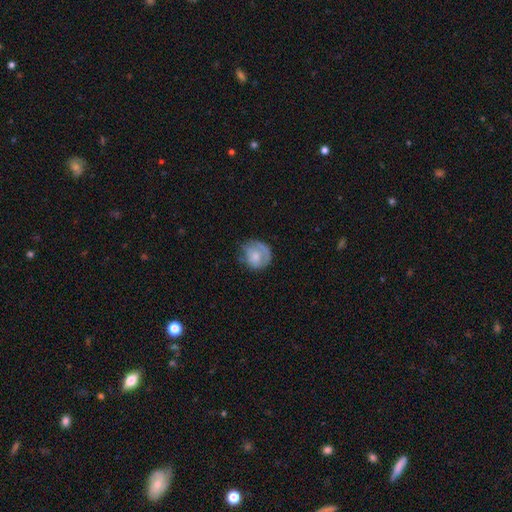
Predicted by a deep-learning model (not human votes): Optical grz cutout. It shows a smooth galaxy with no disk features (60%) that is round (80%). Merging: none (55%).